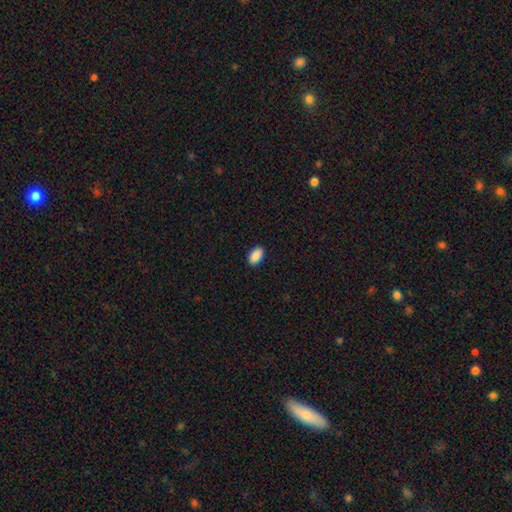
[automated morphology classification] smooth_or_featured: smooth (p=0.90) [alt: star or artifact p=0.07]
how_rounded: in between (p=0.94) [alt: round p=0.04]
merging: none (p=0.90) [alt: minor disturbance p=0.07]